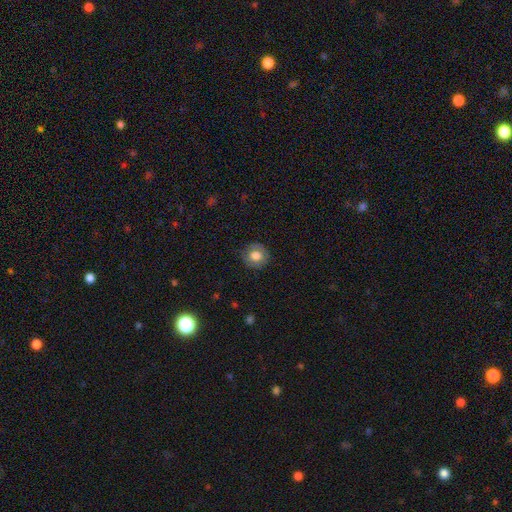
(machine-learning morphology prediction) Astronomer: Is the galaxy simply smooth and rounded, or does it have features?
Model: smooth — 78%.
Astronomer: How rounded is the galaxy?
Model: round — 90%.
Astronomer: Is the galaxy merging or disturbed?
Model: none — 84%.